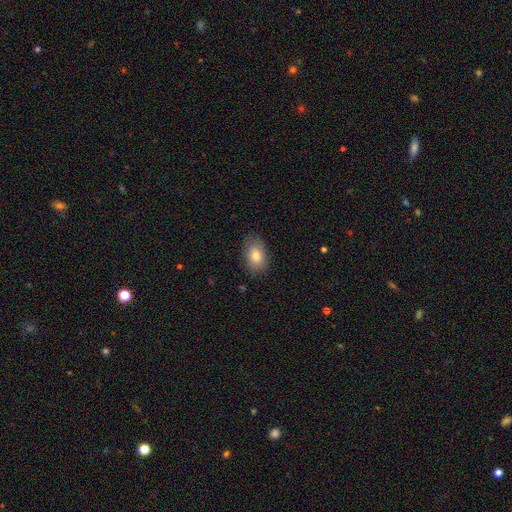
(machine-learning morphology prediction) Smooth or featured: smooth — 82% (featured or disk — 11%)
How rounded: in between — 86% (round — 12%)
Merging: none — 82% (minor disturbance — 14%)